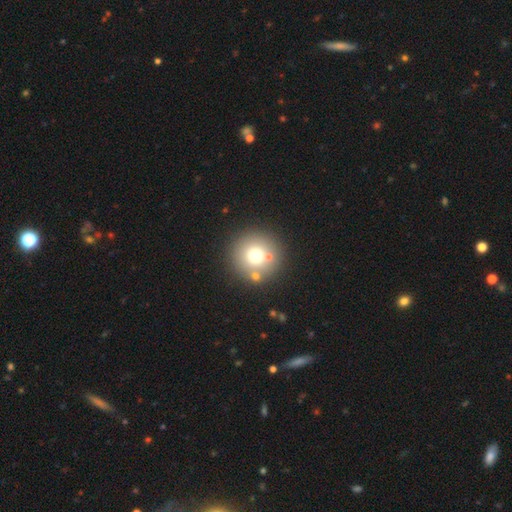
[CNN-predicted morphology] This is likely a smooth galaxy (70%). How rounded: clearly round (95%). Merging: clearly none (81%).